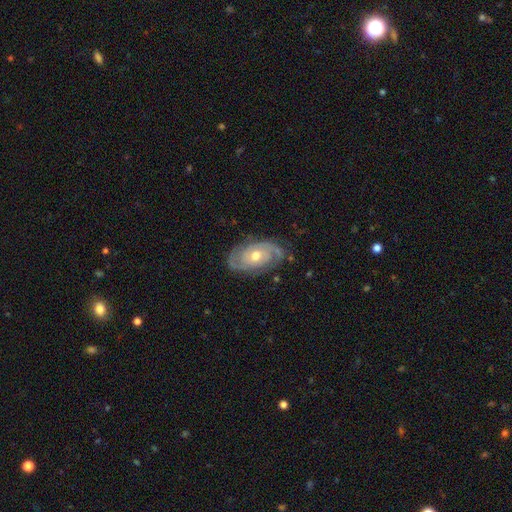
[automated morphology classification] This is clearly a featured or disk galaxy (88%). It is clearly not viewed edge-on (96%). Bar: likely no (72%). Spiral arm pattern: clearly yes (96%). Spiral arm count: likely 2 (76%). Spiral winding: likely tight (65%). Central bulge: likely moderate (69%). Merging: clearly none (81%).